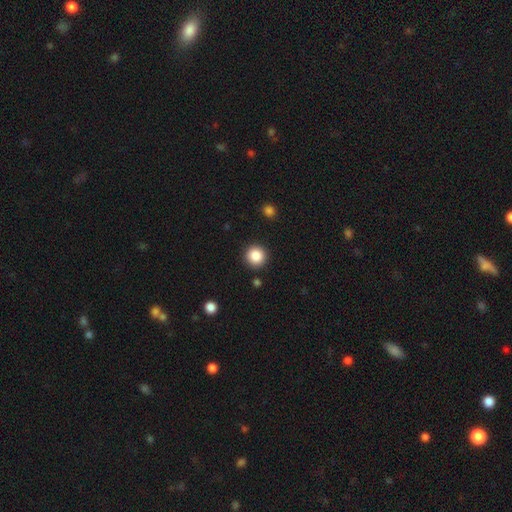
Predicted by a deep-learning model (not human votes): Q: Smooth or featured?
A: smooth (87%); runner-up: star or artifact (9%)
Q: How rounded?
A: round (95%); runner-up: in between (4%)
Q: Merging?
A: none (91%); runner-up: minor disturbance (6%)